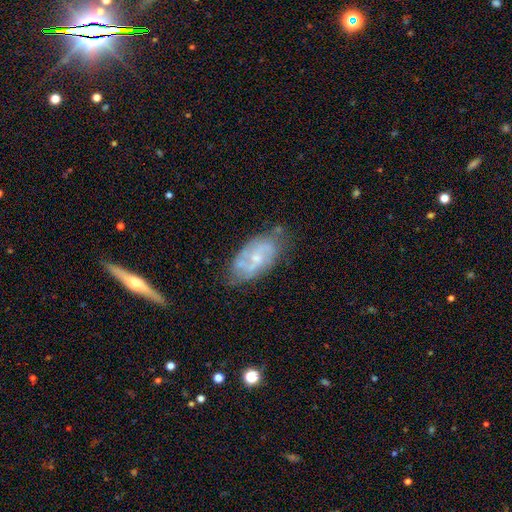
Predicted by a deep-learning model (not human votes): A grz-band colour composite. It shows a featured or disk galaxy (70%) with no bar (63%), tight (55%) spiral arms (83%) and a small central bulge (68%). Merging: none (71%).